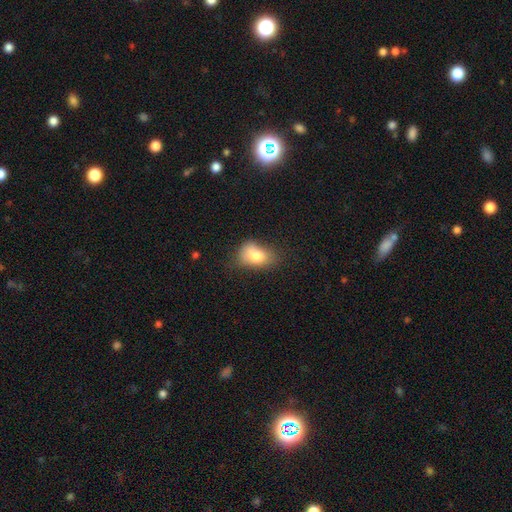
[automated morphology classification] The model was most divided on "merging": none: 39%, minor disturbance: 35%, major disturbance: 17%, merger: 9%. More confident: how rounded — in between (79%); smooth or featured — smooth (75%).